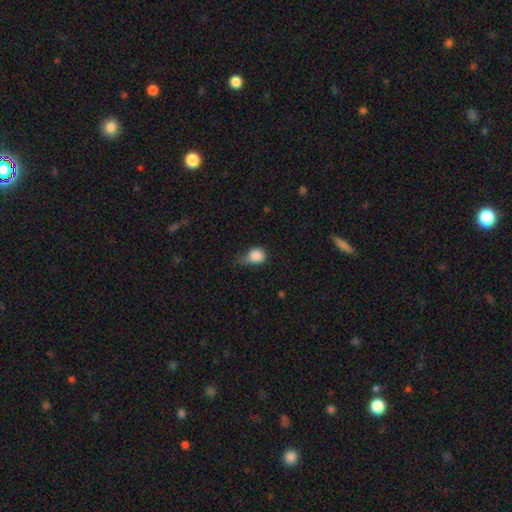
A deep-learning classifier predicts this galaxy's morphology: smooth-or-featured: smooth: 86% | star or artifact: 9% | featured or disk: 5%
  how-rounded: round: 64% | in between: 34% | cigar-shaped: 1%
  merging: minor disturbance: 48% | none: 31% | major disturbance: 18% | merger: 3%